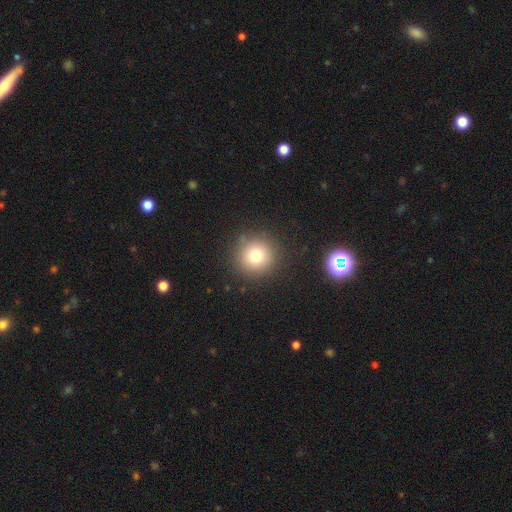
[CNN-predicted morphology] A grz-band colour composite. It shows a smooth galaxy with no disk features (77%) that is round (94%). Merging: none (88%).